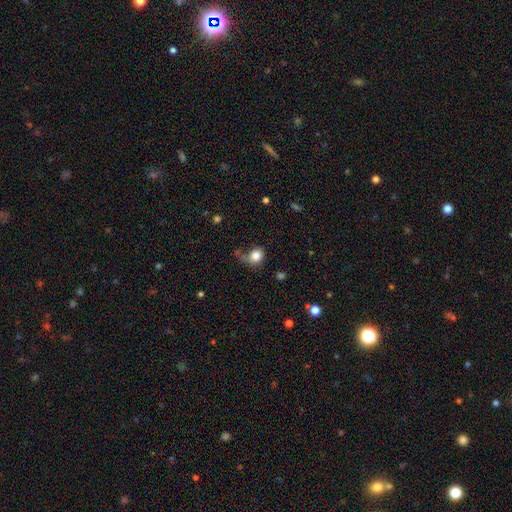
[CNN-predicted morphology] Smooth or featured? Predicted: smooth (p=0.83). How rounded? Predicted: round (p=0.63). Merging? Predicted: none (p=0.47).